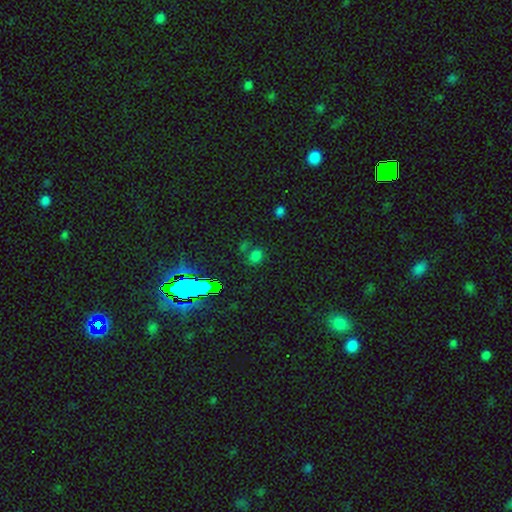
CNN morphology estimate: smooth 52%, star or artifact 39%, featured or disk 9%. Down the decision tree: how rounded — round (61%); merging — none (63%).